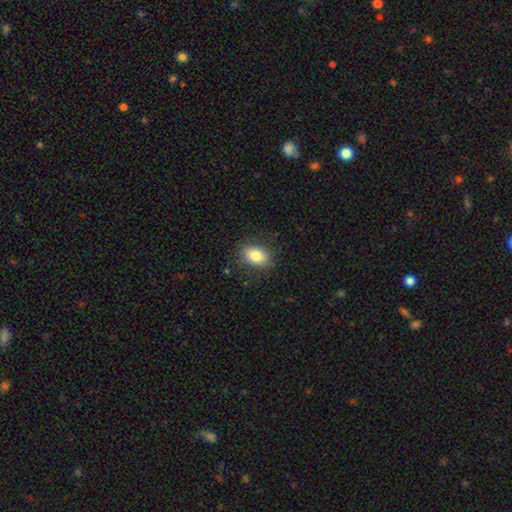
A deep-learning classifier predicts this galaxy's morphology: Smooth or featured: smooth — 80% (featured or disk — 11%)
How rounded: in between — 80% (round — 18%)
Merging: none — 84% (minor disturbance — 11%)